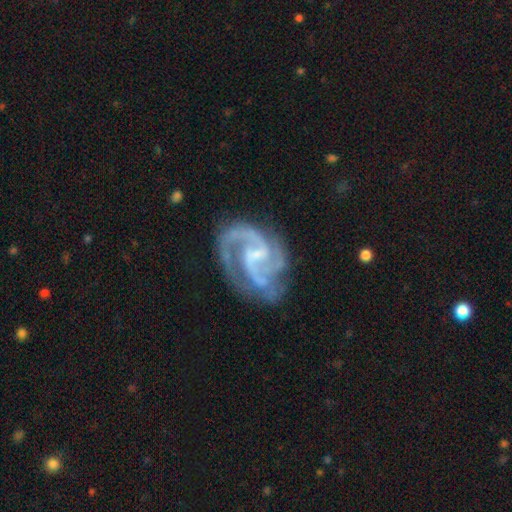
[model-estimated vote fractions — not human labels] Q: Smooth or featured?
A: featured or disk (92%); runner-up: star or artifact (4%)
Q: Edge-on disk?
A: no (98%); runner-up: yes (2%)
Q: Bar?
A: weak (54%); runner-up: no (27%)
Q: Spiral arms?
A: yes (98%); runner-up: no (2%)
Q: Spiral winding?
A: medium (60%); runner-up: tight (24%)
Q: Spiral arm count?
A: 2 (65%); runner-up: 3 (19%)
Q: Bulge size?
A: small (59%); runner-up: none (21%)
Q: Merging?
A: none (64%); runner-up: minor disturbance (19%)